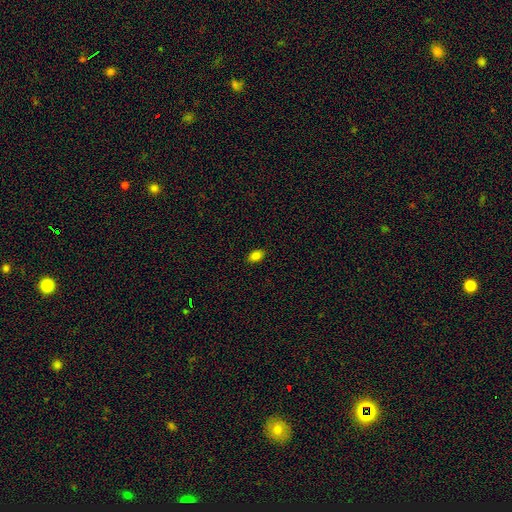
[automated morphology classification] A smooth galaxy with no disk features (84%) that is in between round and cigar-shaped (87%). Merging: none (89%).